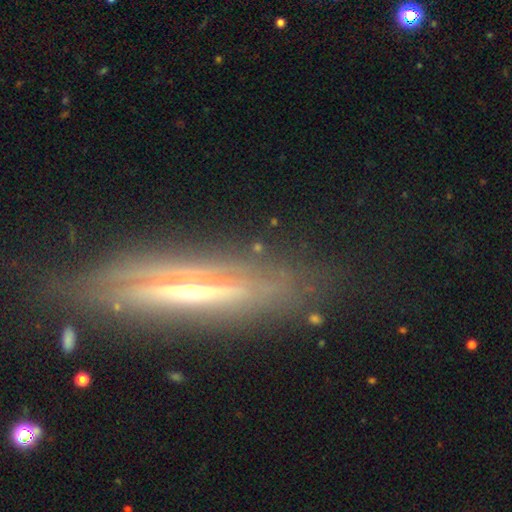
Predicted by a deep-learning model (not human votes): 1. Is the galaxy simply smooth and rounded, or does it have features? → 76% featured or disk, 16% smooth, 9% star or artifact.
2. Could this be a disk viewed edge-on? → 85% yes, 15% no.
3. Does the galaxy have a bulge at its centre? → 86% rounded, 9% none, 5% boxy.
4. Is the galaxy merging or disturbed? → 76% none, 15% minor disturbance, 7% major disturbance, 2% merger.